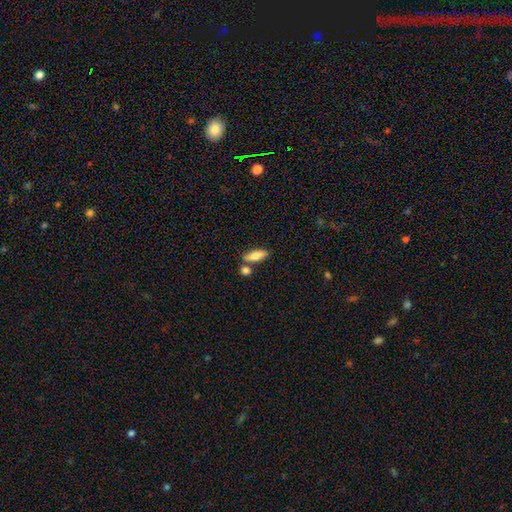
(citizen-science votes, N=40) This is clearly a smooth galaxy (80%). How rounded: clearly in between (81%). Merging: likely none (74%).